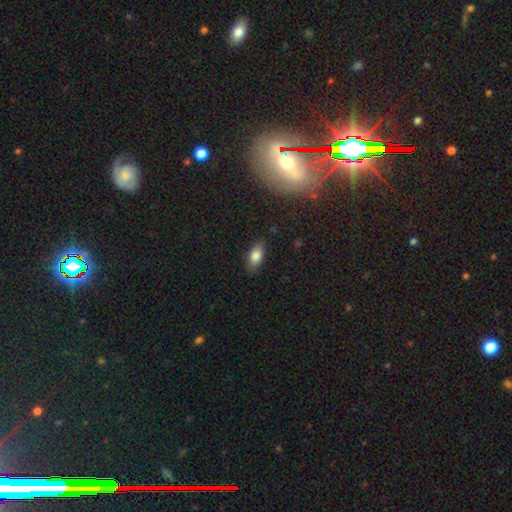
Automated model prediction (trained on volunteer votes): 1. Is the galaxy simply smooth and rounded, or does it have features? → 81% smooth, 10% featured or disk, 8% star or artifact.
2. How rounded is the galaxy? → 89% in between, 7% cigar-shaped, 5% round.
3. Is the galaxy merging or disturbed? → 84% none, 12% minor disturbance, 3% major disturbance, 1% merger.